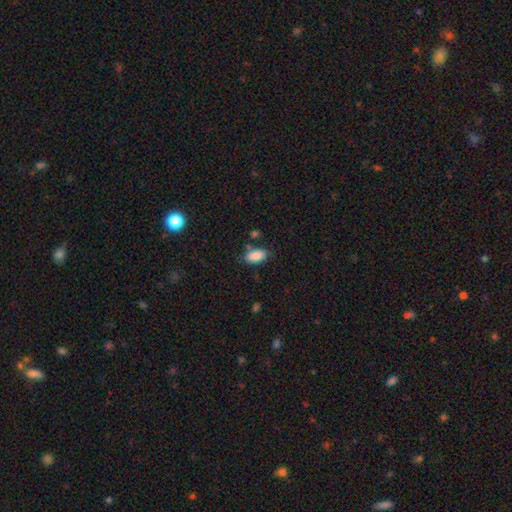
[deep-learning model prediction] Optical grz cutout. It shows a smooth galaxy with no disk features (87%) that is in between round and cigar-shaped (92%). Merging: none (70%).